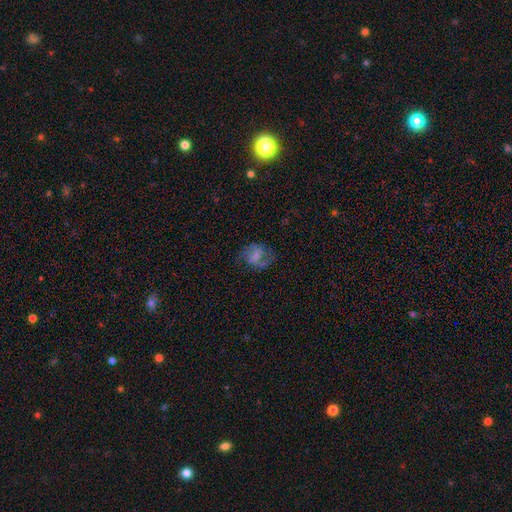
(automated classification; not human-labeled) Smooth or featured? Predicted: featured or disk (p=0.50). Edge-on disk? Predicted: no (p=0.96). Merging? Predicted: none (p=0.59).